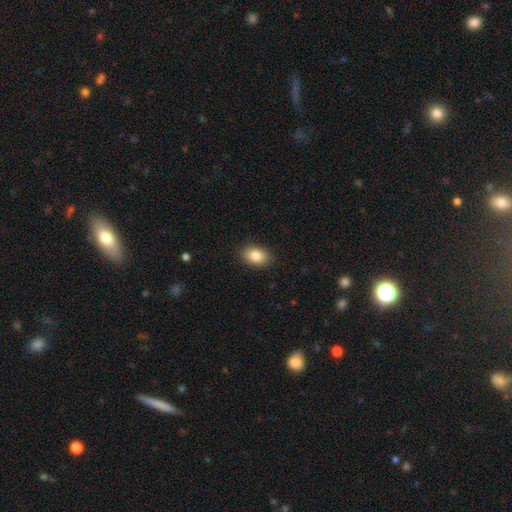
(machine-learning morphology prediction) Smooth or featured? Predicted: smooth (p=0.84). How rounded? Predicted: in between (p=0.83). Merging? Predicted: none (p=0.89).